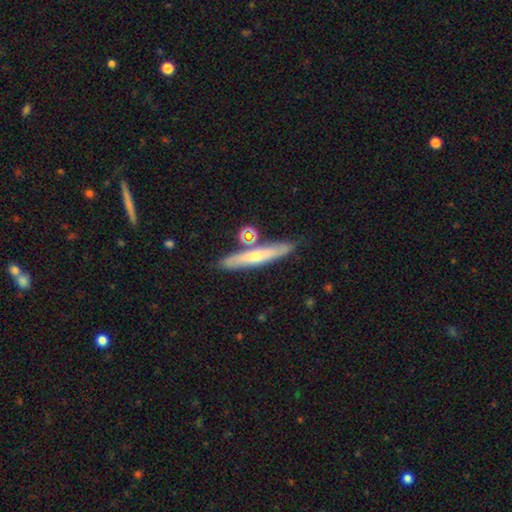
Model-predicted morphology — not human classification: Smooth or featured?
  - featured or disk: 55% *
  - smooth: 38%
  - star or artifact: 7%
Edge-on disk?
  - yes: 90% *
  - no: 10%
Merging?
  - none: 78% *
  - minor disturbance: 11%
  - merger: 8%
  - major disturbance: 2%